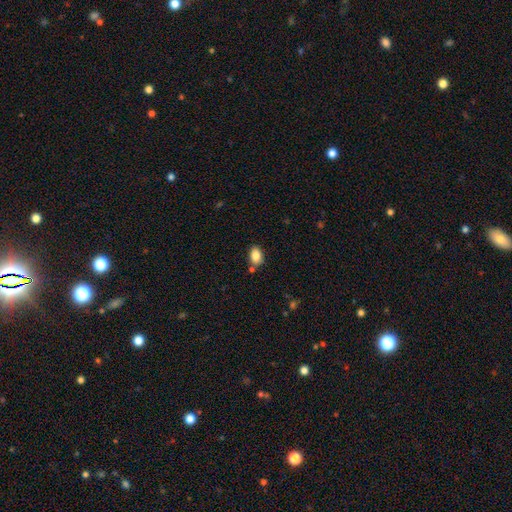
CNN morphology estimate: Q: Smooth or featured?
A: smooth (85%); runner-up: star or artifact (8%)
Q: How rounded?
A: in between (84%); runner-up: round (14%)
Q: Merging?
A: none (75%); runner-up: minor disturbance (13%)